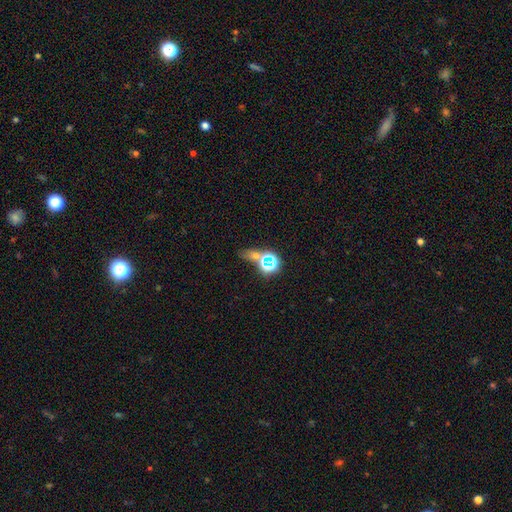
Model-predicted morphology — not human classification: type=star or artifact (50%).